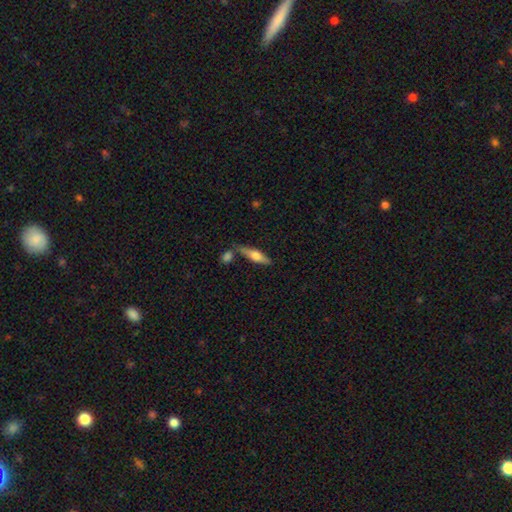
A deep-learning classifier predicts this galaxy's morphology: type=smooth (53%); roundness=cigar-shaped (65%); merging=none (68%).